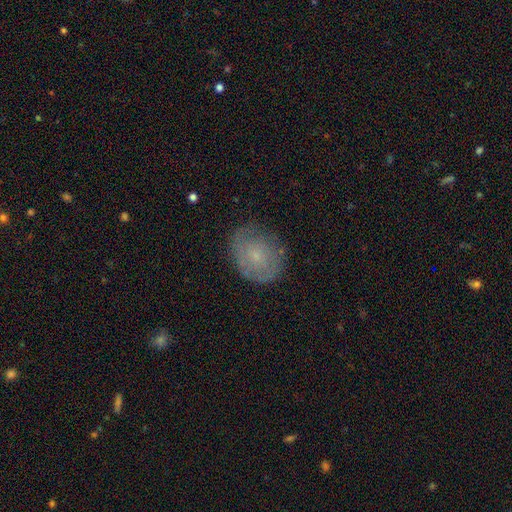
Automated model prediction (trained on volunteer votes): The model was most divided on "smooth or featured": smooth: 46%, featured or disk: 43%, star or artifact: 11%. More confident: merging — none (75%).